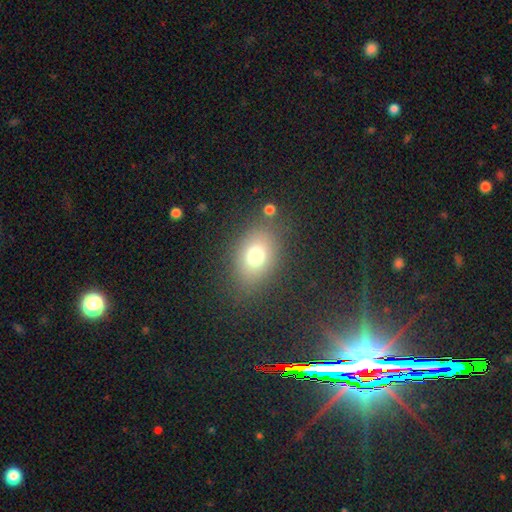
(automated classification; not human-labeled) This appears to be a smooth galaxy with no disk features (74%) that is in between round and cigar-shaped (64%). Merging: none (79%).